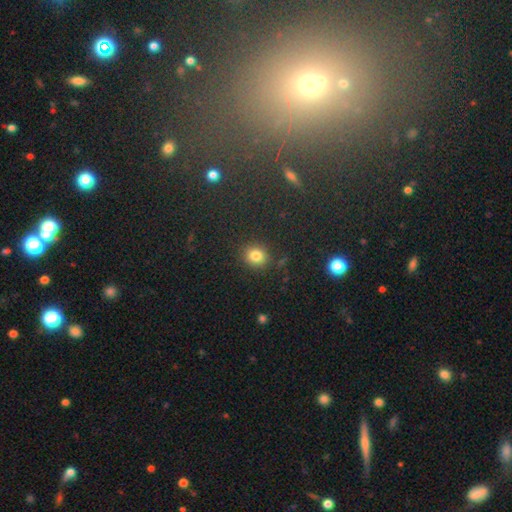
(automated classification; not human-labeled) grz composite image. It shows a smooth galaxy with no disk features (80%) that is round (77%). Merging: none (85%).